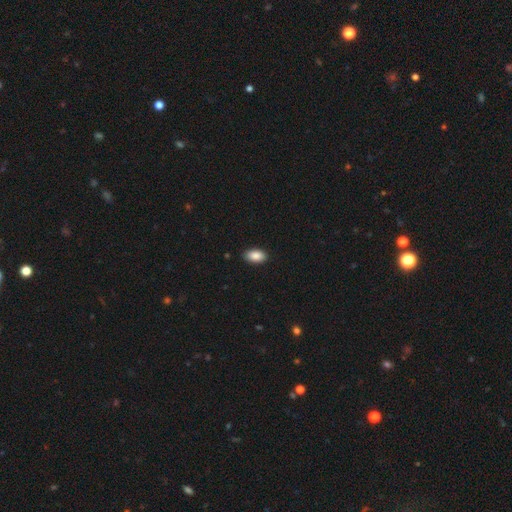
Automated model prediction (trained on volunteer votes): Overall: smooth (89%). How rounded: in between (94%). Merging: none (87%).